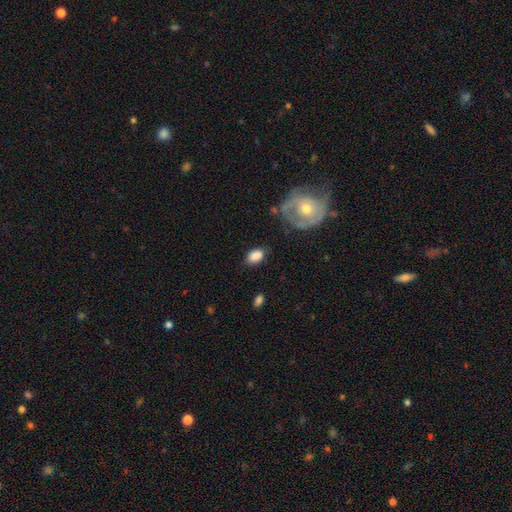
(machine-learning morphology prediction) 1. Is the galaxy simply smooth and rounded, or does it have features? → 84% smooth, 8% featured or disk, 7% star or artifact.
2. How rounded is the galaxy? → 87% in between, 11% round, 2% cigar-shaped.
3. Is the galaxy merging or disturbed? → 74% none, 18% minor disturbance, 6% major disturbance, 3% merger.